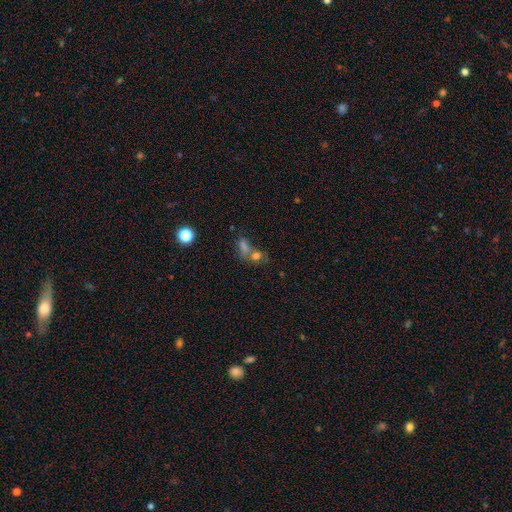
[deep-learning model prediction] A smooth galaxy with no disk features (52%) that is round (48%). Merging: merger (43%).